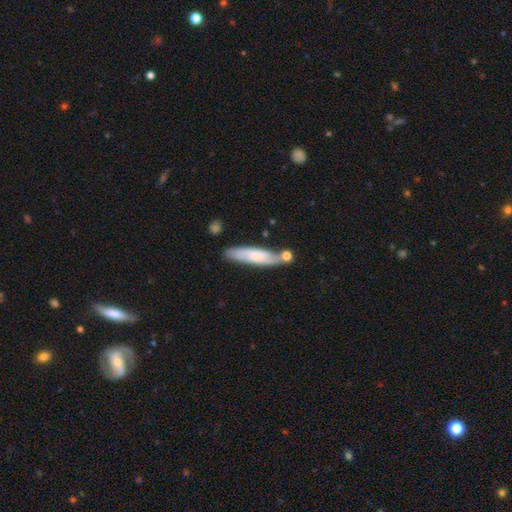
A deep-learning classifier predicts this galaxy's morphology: A smooth galaxy with no disk features (54%) that is cigar-shaped (78%).

Vote fractions:
- Smooth or featured? smooth: 54% / featured or disk: 40% / star or artifact: 6%
- How rounded? cigar-shaped: 78% / in between: 20% / round: 2%
- Merging? none: 65% / minor disturbance: 18% / merger: 13% / major disturbance: 5%